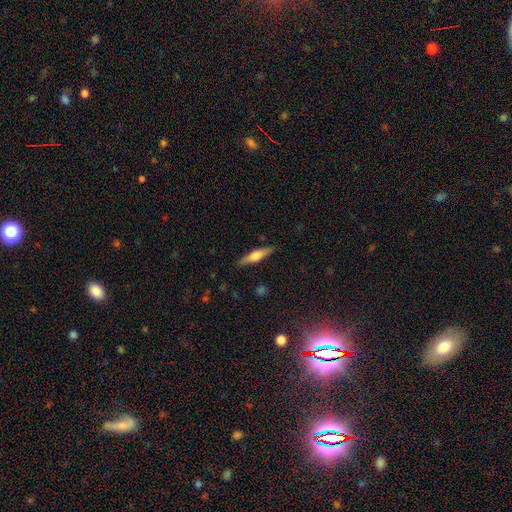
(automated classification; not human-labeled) smooth 50%, featured or disk 44%, star or artifact 6%. Down the decision tree: merging — none (88%).